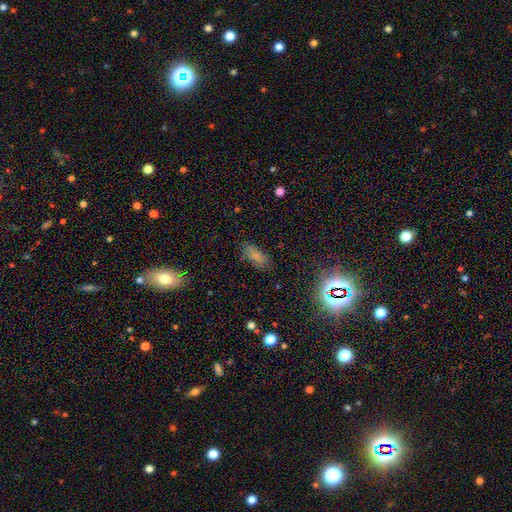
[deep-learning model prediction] Morphology: type=smooth (70%); roundness=in between (87%); merging=none (73%).